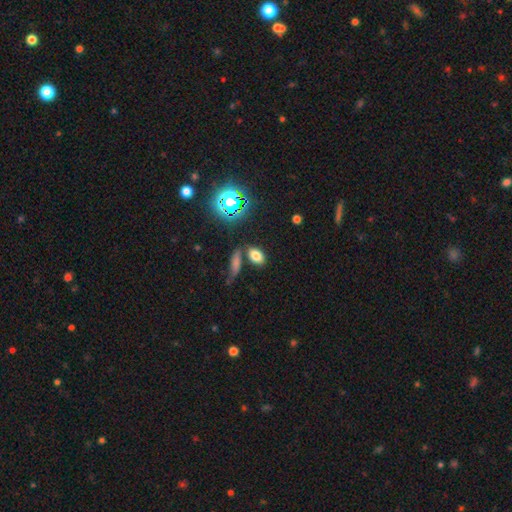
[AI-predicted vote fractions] A smooth galaxy with no disk features (75%) that is in between round and cigar-shaped (86%). Merging: none (69%).